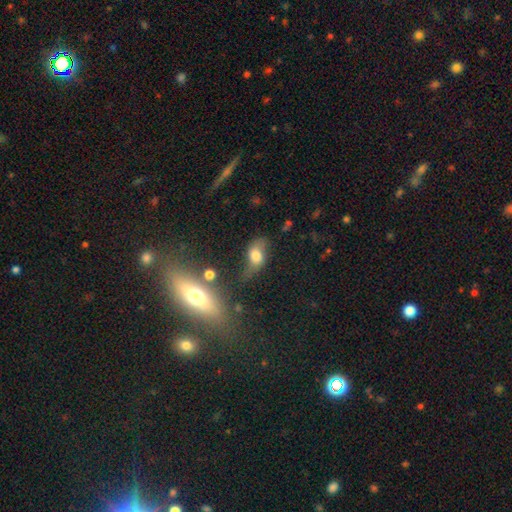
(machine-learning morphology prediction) smooth 57%, featured or disk 31%, star or artifact 12%. Down the decision tree: how rounded — in between (82%); merging — none (39%).